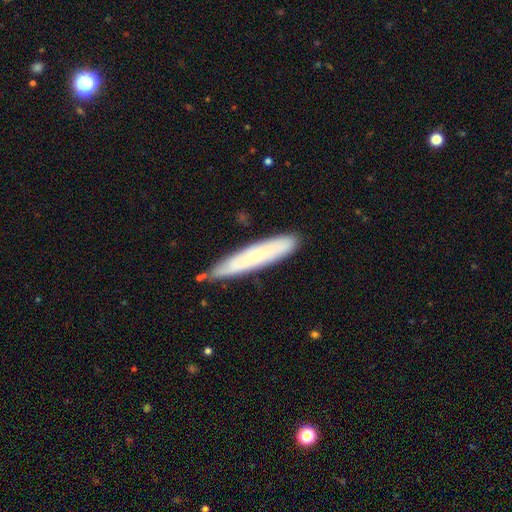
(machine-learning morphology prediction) Smooth or featured?
  - smooth: 50% *
  - featured or disk: 44%
  - star or artifact: 6%
How rounded?
  - cigar-shaped: 87% *
  - in between: 11%
  - round: 1%
Merging?
  - none: 77% *
  - minor disturbance: 18%
  - major disturbance: 3%
  - merger: 2%